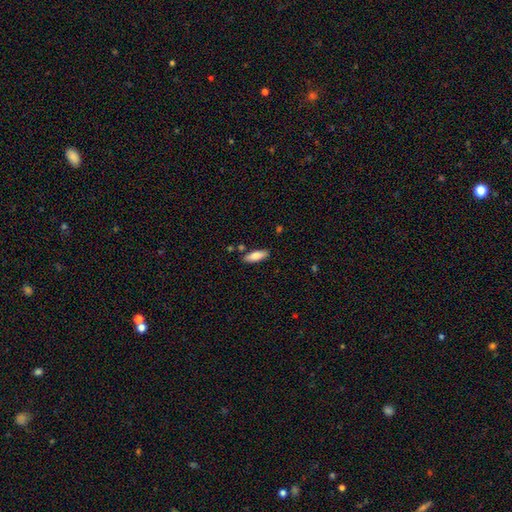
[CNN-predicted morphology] A smooth galaxy with no disk features (81%) that is in between round and cigar-shaped (62%).

Vote fractions:
- Smooth or featured? smooth: 81% / featured or disk: 13% / star or artifact: 6%
- How rounded? in between: 62% / cigar-shaped: 37% / round: 2%
- Merging? none: 84% / minor disturbance: 11% / merger: 4% / major disturbance: 2%